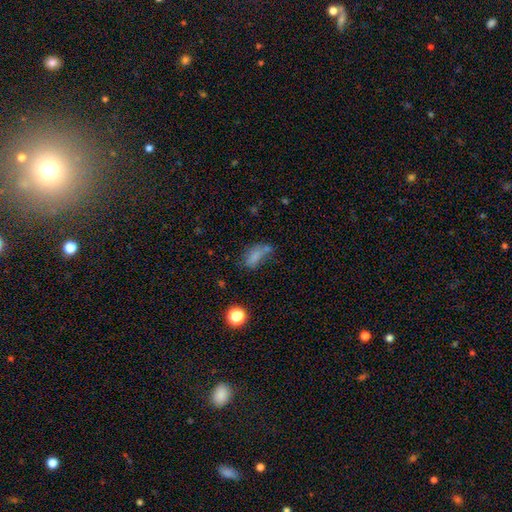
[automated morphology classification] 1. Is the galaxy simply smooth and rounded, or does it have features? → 73% smooth, 15% star or artifact, 13% featured or disk.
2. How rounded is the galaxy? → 81% in between, 11% cigar-shaped, 8% round.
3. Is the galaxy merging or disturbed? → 41% none, 24% minor disturbance, 19% merger, 16% major disturbance.